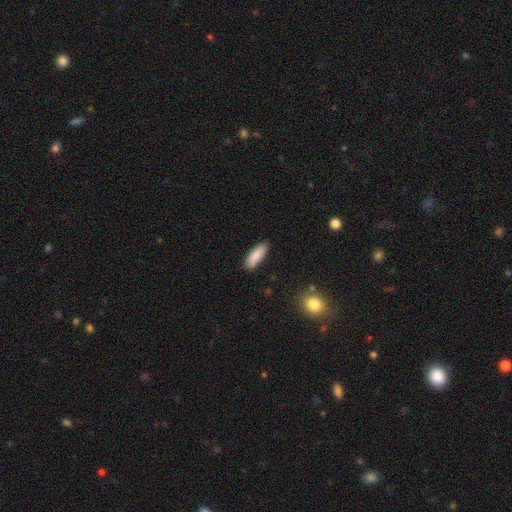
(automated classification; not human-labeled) Smooth or featured? Predicted: smooth (p=0.88). How rounded? Predicted: in between (p=0.66). Merging? Predicted: none (p=0.85).